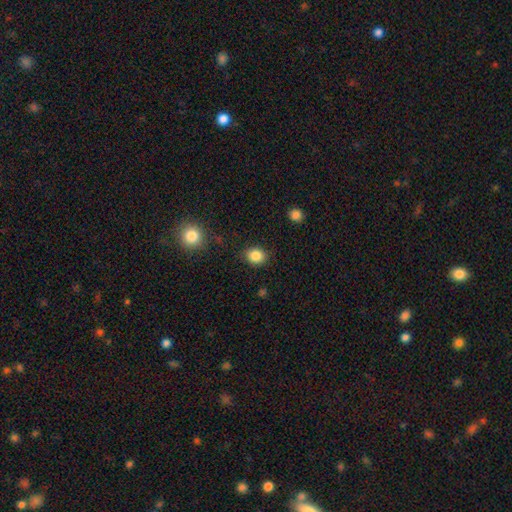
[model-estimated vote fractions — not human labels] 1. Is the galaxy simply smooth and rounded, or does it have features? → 85% smooth, 10% star or artifact, 5% featured or disk.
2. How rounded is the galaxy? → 60% round, 40% in between, 1% cigar-shaped.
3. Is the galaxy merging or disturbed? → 86% none, 10% minor disturbance, 3% major disturbance, 2% merger.